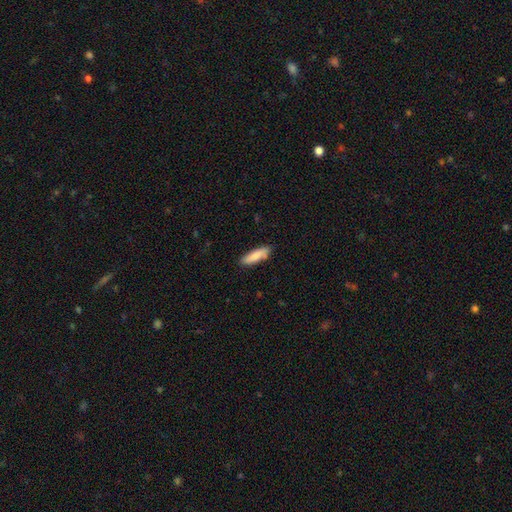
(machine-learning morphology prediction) Smooth or featured?
  - smooth: 83% *
  - featured or disk: 12%
  - star or artifact: 6%
How rounded?
  - cigar-shaped: 60% *
  - in between: 38%
  - round: 2%
Merging?
  - none: 83% *
  - minor disturbance: 13%
  - major disturbance: 2%
  - merger: 2%